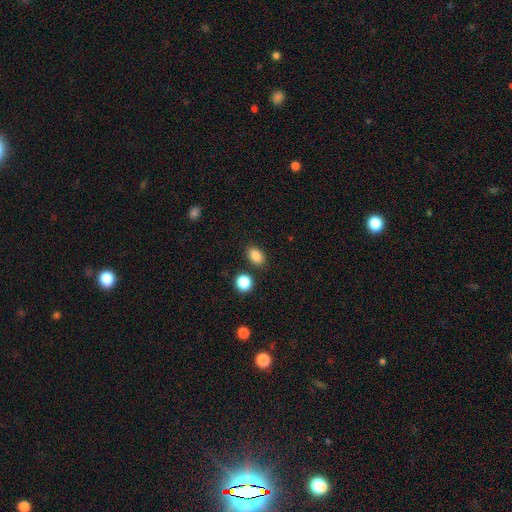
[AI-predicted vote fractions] This is clearly a smooth galaxy (86%). How rounded: likely in between (76%). Merging: clearly none (82%).